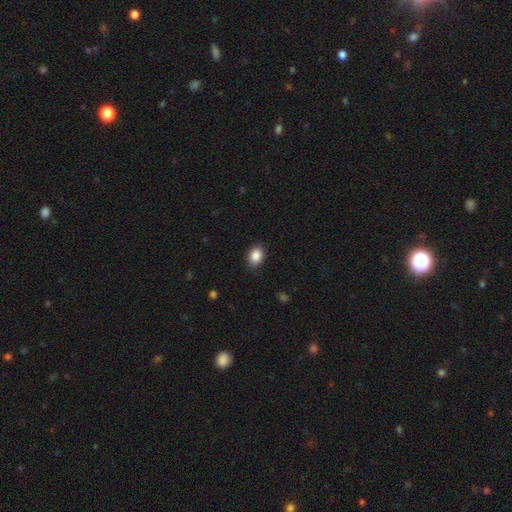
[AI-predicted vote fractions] Smooth or featured?
  - smooth: 88% *
  - star or artifact: 8%
  - featured or disk: 4%
How rounded?
  - in between: 67% *
  - round: 32%
  - cigar-shaped: 1%
Merging?
  - none: 88% *
  - minor disturbance: 9%
  - major disturbance: 2%
  - merger: 1%